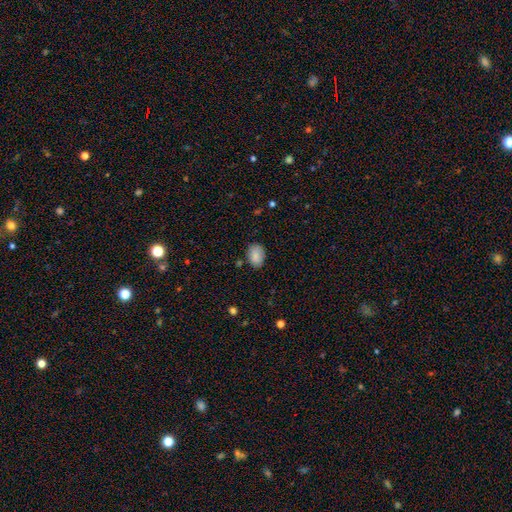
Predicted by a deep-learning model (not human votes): smooth 87%, star or artifact 7%, featured or disk 6%. Down the decision tree: how rounded — in between (83%); merging — none (79%).